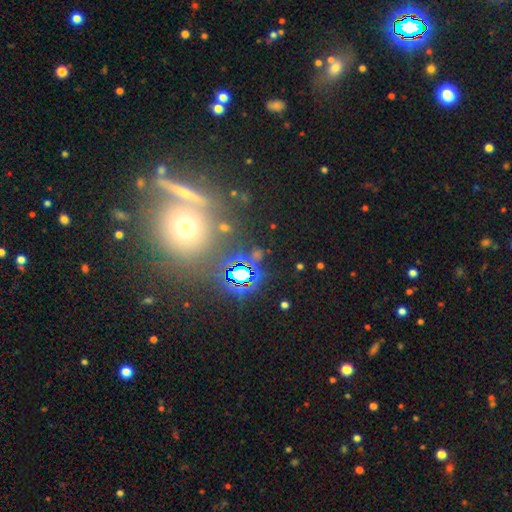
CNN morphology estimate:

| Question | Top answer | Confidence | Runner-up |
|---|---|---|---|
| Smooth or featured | star or artifact | 61% | smooth (25%) |